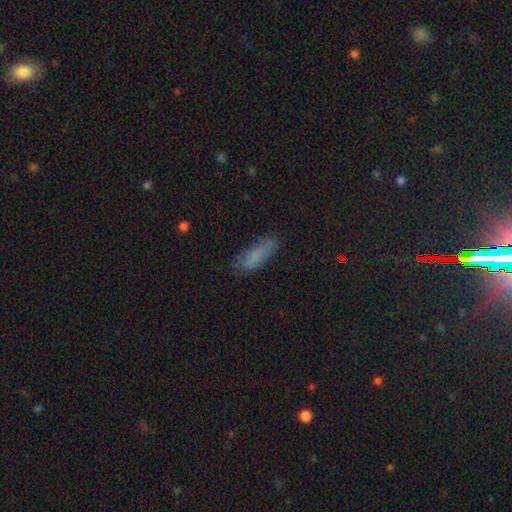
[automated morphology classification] This appears to be a smooth galaxy with no disk features (75%) that is in between round and cigar-shaped (54%). Merging: none (71%).